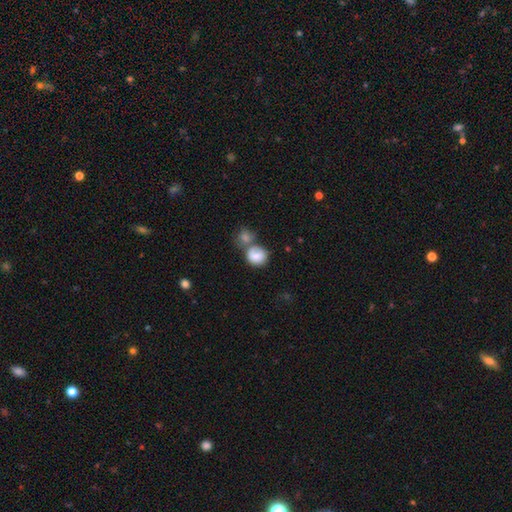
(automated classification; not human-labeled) This appears to be a smooth galaxy with no disk features (77%) that is round (69%). Merging: merger (47%).